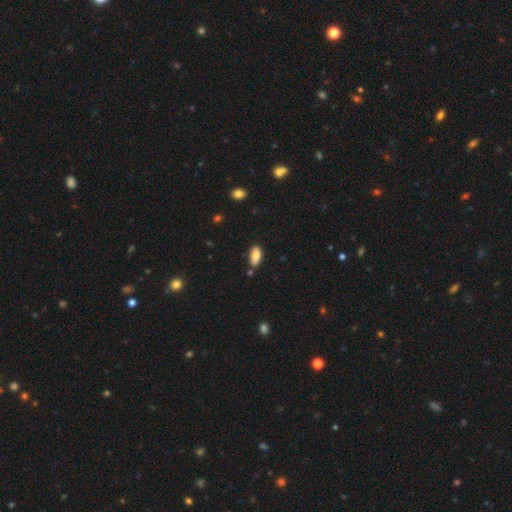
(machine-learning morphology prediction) Smooth or featured? smooth (86%)
How rounded? in between (88%)
Merging? none (77%)